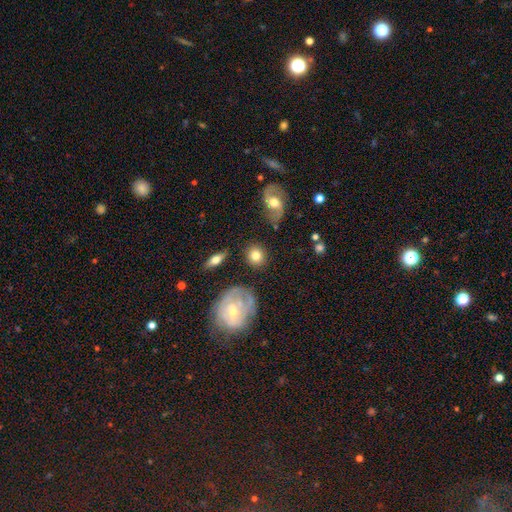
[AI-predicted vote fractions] Smooth or featured? smooth (75%)
How rounded? round (85%)
Merging? none (83%)